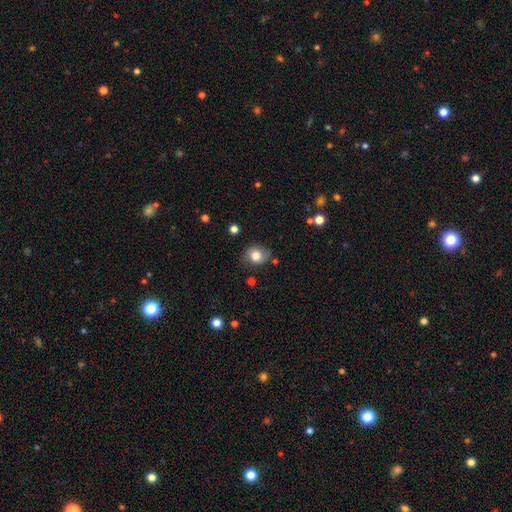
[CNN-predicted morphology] This appears to be a smooth galaxy with no disk features (77%) that is round (69%). Merging: none (75%).